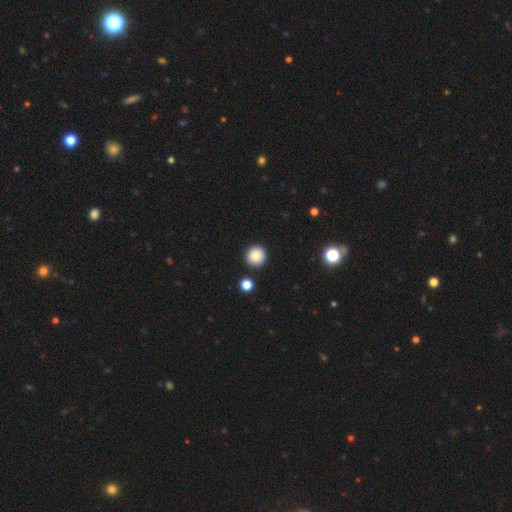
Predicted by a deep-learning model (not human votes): The model was most divided on "smooth or featured": smooth: 87%, star or artifact: 9%, featured or disk: 3%. More confident: how rounded — round (95%); merging — none (91%).